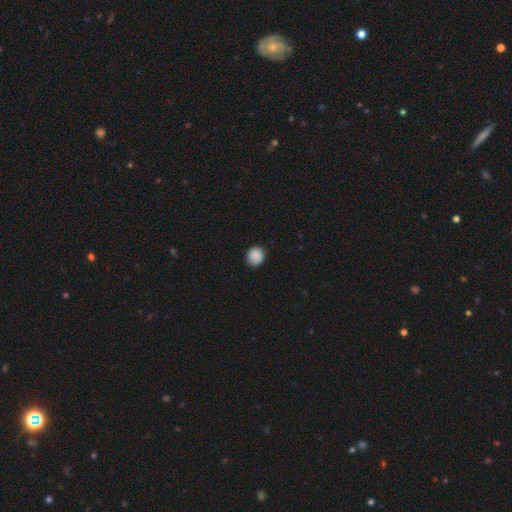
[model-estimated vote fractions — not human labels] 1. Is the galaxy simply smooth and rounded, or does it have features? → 88% smooth, 8% star or artifact, 3% featured or disk.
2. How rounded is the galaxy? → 86% round, 13% in between, 1% cigar-shaped.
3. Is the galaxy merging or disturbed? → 86% none, 11% minor disturbance, 2% major disturbance, 1% merger.